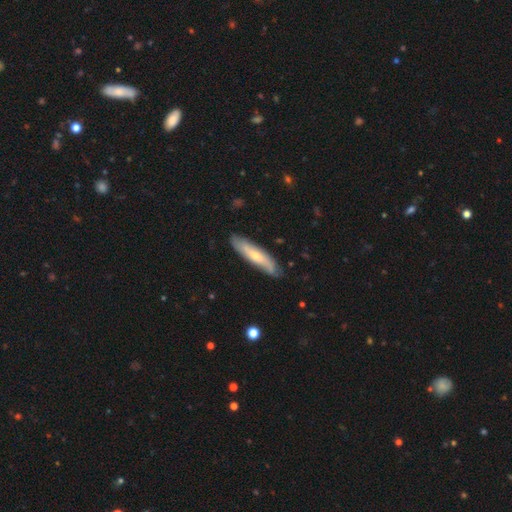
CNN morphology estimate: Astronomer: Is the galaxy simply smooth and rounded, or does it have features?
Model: smooth — 50% (runner-up: featured or disk, 45%).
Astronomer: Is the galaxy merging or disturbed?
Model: none — 83%.